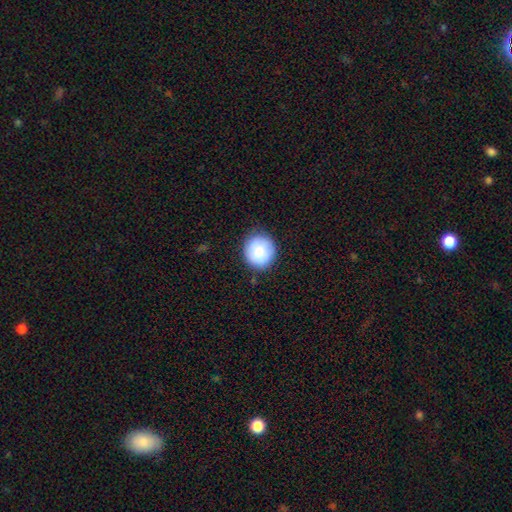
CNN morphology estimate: Smooth or featured? Predicted: smooth (p=0.85). How rounded? Predicted: round (p=0.86). Merging? Predicted: none (p=0.83).